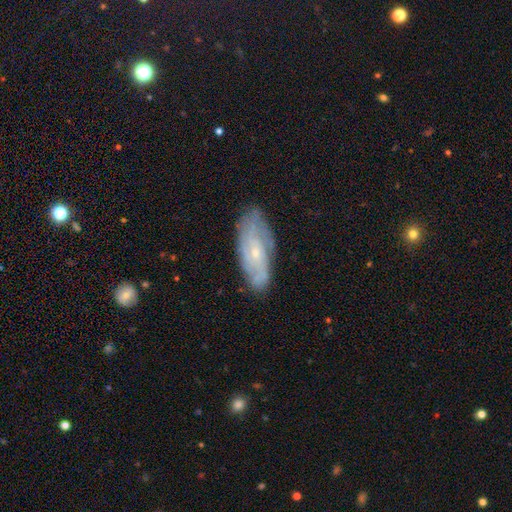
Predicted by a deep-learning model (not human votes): A featured or disk galaxy (64%) with no bar (65%), spiral arms (85%) and a small central bulge (73%). Merging: none (81%).